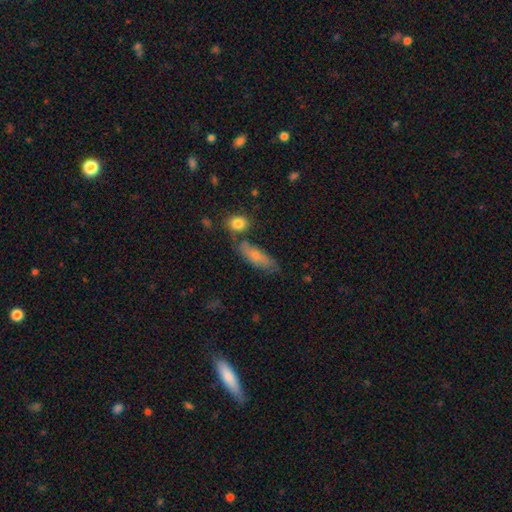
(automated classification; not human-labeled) A smooth galaxy with no disk features (68%) that is in between round and cigar-shaped (59%).

Vote fractions:
- Smooth or featured? smooth: 68% / featured or disk: 25% / star or artifact: 7%
- How rounded? in between: 59% / cigar-shaped: 37% / round: 4%
- Merging? none: 60% / minor disturbance: 22% / merger: 12% / major disturbance: 6%